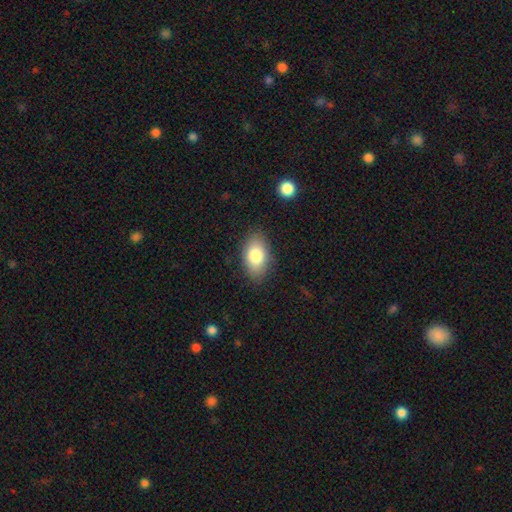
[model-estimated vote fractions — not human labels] smooth 82%, featured or disk 11%, star or artifact 7%. Down the decision tree: how rounded — in between (92%); merging — none (84%).